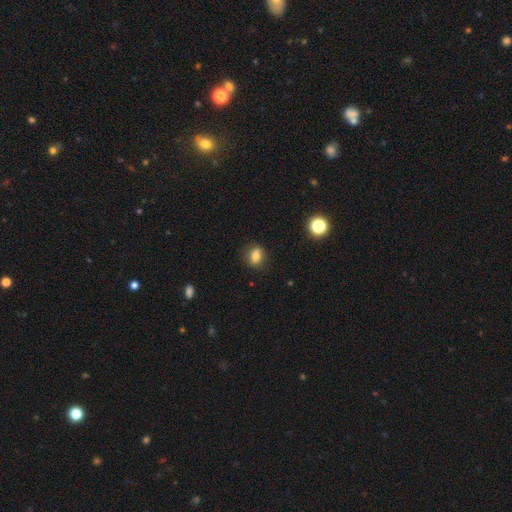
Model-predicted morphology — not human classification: Smooth or featured? smooth (79%)
How rounded? in between (61%)
Merging? none (83%)